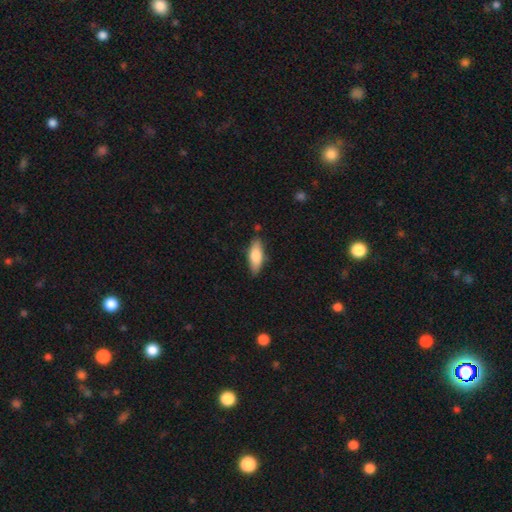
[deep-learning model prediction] Smooth or featured?
  - smooth: 78% *
  - featured or disk: 17%
  - star or artifact: 6%
How rounded?
  - in between: 66% *
  - cigar-shaped: 32%
  - round: 2%
Merging?
  - none: 81% *
  - minor disturbance: 14%
  - major disturbance: 3%
  - merger: 2%